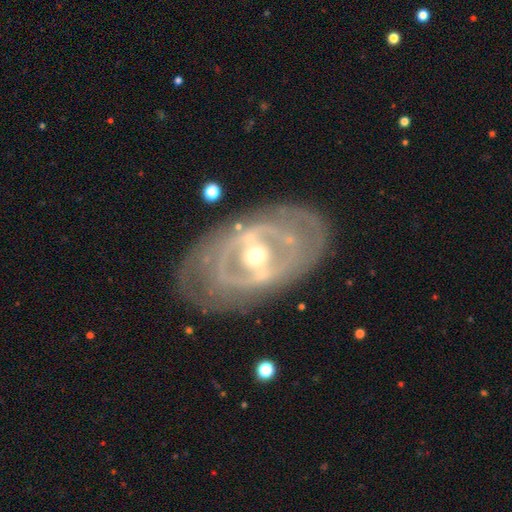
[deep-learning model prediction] Smooth or featured: featured or disk — 83% (smooth — 12%)
Edge-on disk: no — 93% (yes — 7%)
Bar: strong — 44% (weak — 31%)
Spiral arms: yes — 51% (no — 49%)
Bulge size: moderate — 61% (small — 33%)
Merging: none — 70% (minor disturbance — 17%)